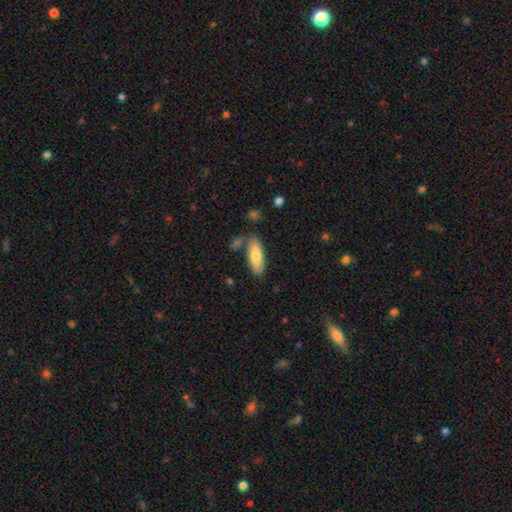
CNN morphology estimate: smooth_or_featured: smooth (p=0.76) [alt: featured or disk p=0.18]
how_rounded: in between (p=0.61) [alt: cigar-shaped p=0.38]
merging: none (p=0.76) [alt: minor disturbance p=0.14]